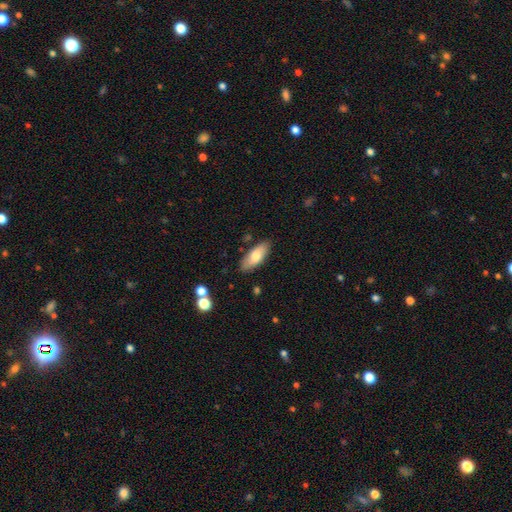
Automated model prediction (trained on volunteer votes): smooth 75%, featured or disk 19%, star or artifact 6%. Down the decision tree: how rounded — in between (79%); merging — none (83%).